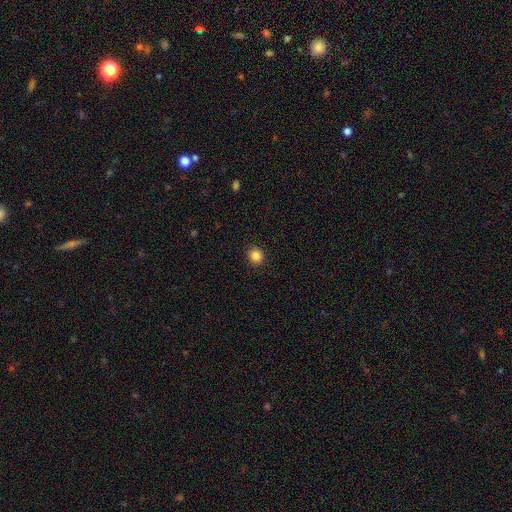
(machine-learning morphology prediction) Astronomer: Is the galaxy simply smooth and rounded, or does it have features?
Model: smooth — 85%.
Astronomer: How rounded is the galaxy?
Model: round — 86%.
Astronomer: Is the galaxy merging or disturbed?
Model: none — 92%.